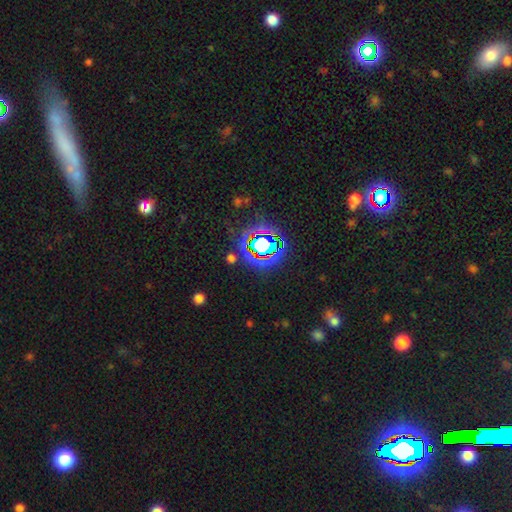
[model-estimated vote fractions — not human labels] The model was most divided on "smooth or featured": star or artifact: 75%, smooth: 14%, featured or disk: 10%.